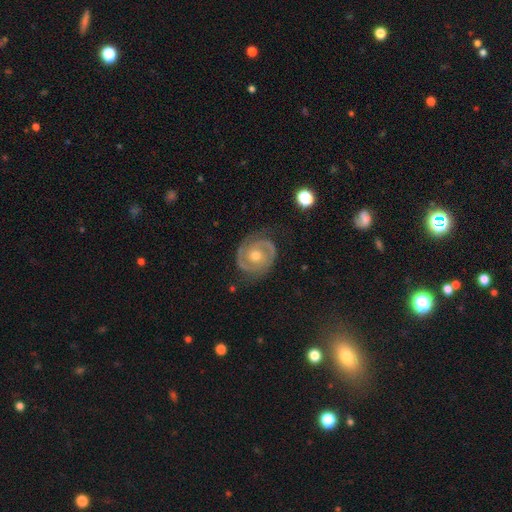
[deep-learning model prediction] A featured or disk galaxy (88%) with no bar (72%), 2 (90%) tight (63%) spiral arms (96%) and a moderate central bulge (73%). Merging: none (82%).